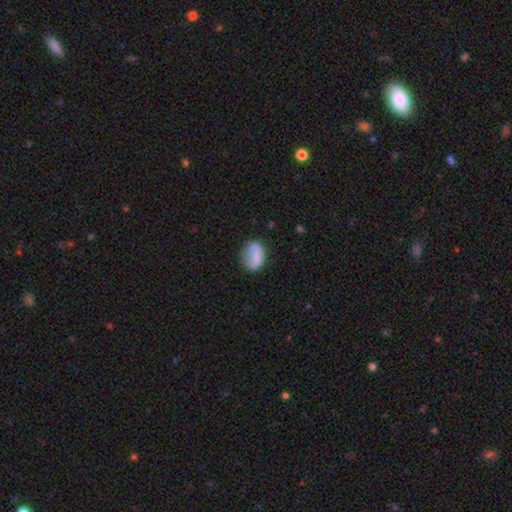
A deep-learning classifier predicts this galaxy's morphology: Smooth or featured?
  - smooth: 75% *
  - featured or disk: 17%
  - star or artifact: 8%
How rounded?
  - in between: 70% *
  - round: 28%
  - cigar-shaped: 2%
Merging?
  - none: 55% *
  - minor disturbance: 27%
  - major disturbance: 15%
  - merger: 2%